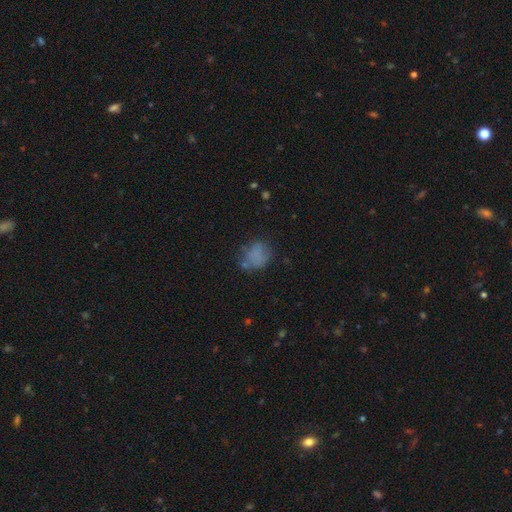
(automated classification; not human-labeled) smooth_or_featured: smooth (p=0.66) [alt: featured or disk p=0.21]
how_rounded: round (p=0.54) [alt: in between p=0.45]
merging: none (p=0.52) [alt: minor disturbance p=0.25]